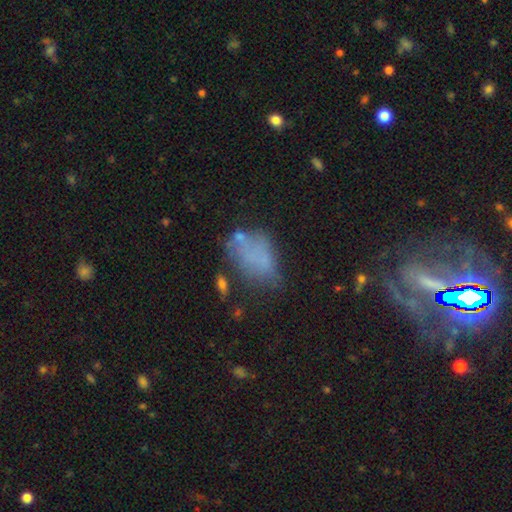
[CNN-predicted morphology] This appears to be a smooth galaxy with no disk features (54%) that is in between round and cigar-shaped (84%). Merging: none (38%).